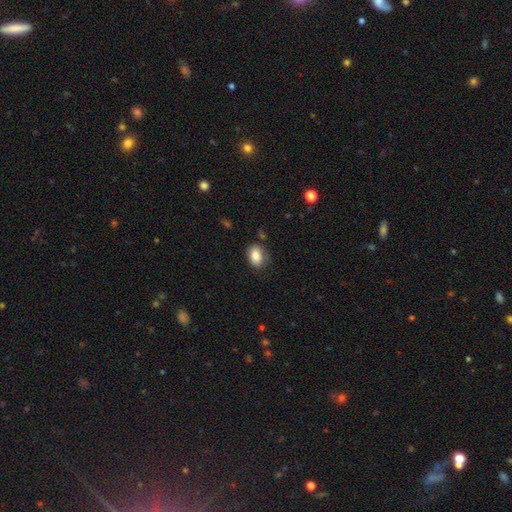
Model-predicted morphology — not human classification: smooth-or-featured: smooth: 86% | star or artifact: 8% | featured or disk: 7%
  how-rounded: in between: 79% | round: 20% | cigar-shaped: 1%
  merging: none: 71% | minor disturbance: 21% | major disturbance: 6% | merger: 2%